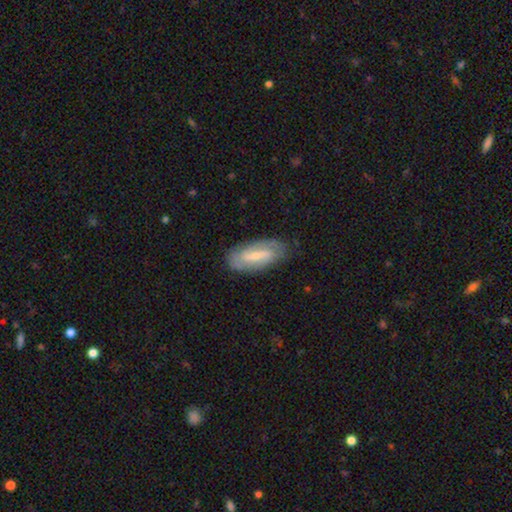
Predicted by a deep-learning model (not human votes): Smooth or featured: featured or disk — 63% (smooth — 31%)
Edge-on disk: no — 90% (yes — 10%)
Bar: weak — 45% (strong — 37%)
Spiral arms: yes — 77% (no — 23%)
Bulge size: small — 60% (moderate — 33%)
Merging: none — 79% (minor disturbance — 16%)